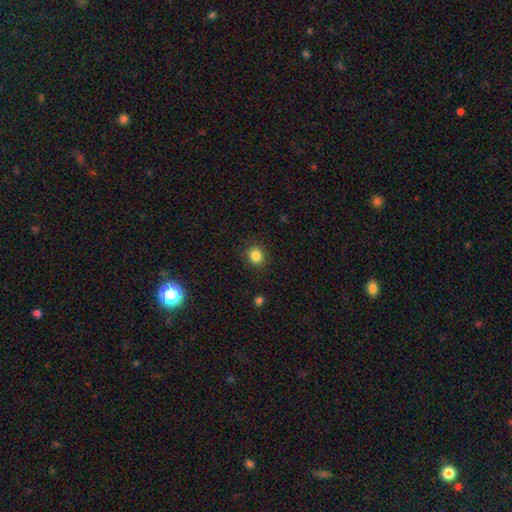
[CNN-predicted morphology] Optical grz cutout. It shows a smooth galaxy with no disk features (85%) that is round (77%). Merging: none (89%).